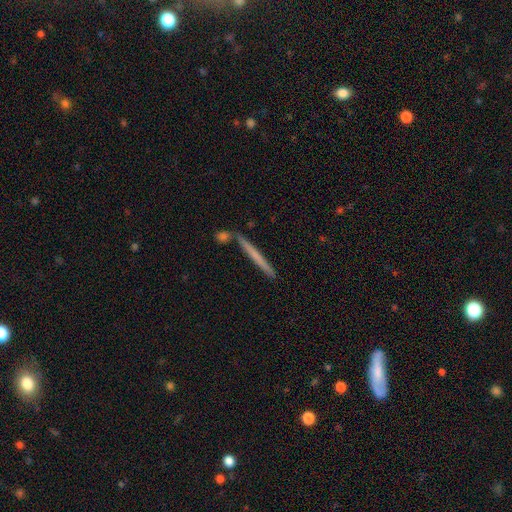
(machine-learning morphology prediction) A smooth galaxy with no disk features (53%) that is cigar-shaped (97%). Merging: none (82%).